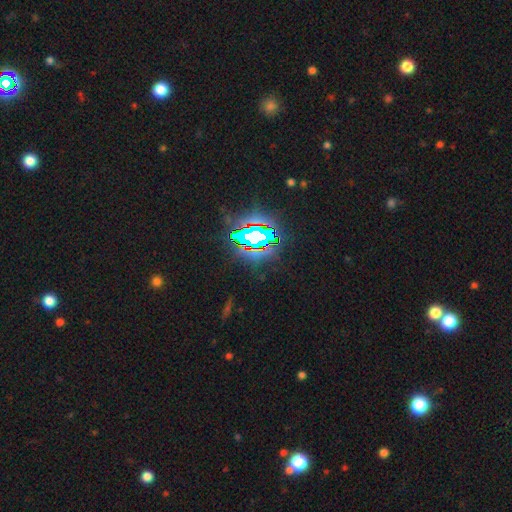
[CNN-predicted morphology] Smooth or featured: star or artifact — 81% (smooth — 10%)